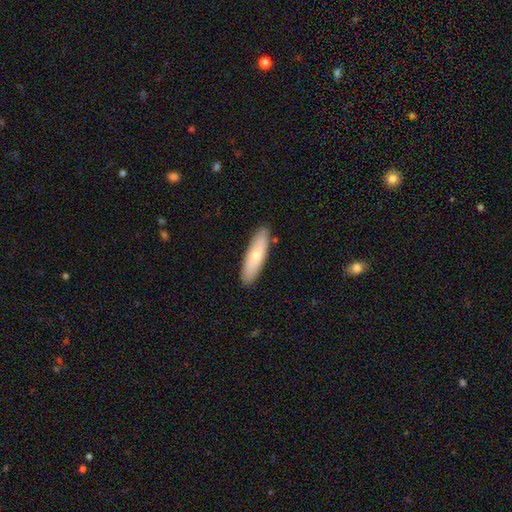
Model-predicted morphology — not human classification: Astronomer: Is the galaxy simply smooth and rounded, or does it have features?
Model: smooth — 67%.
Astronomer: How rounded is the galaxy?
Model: cigar-shaped — 64%.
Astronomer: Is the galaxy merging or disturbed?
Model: none — 88%.